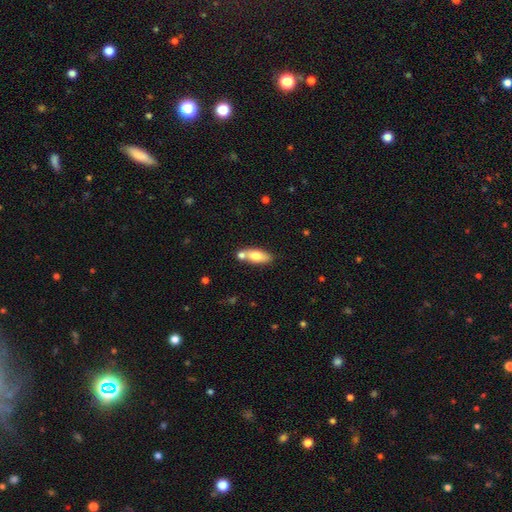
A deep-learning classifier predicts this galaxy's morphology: Overall: smooth (70%). How rounded: in between (77%). Merging: none (60%; merger 24%).